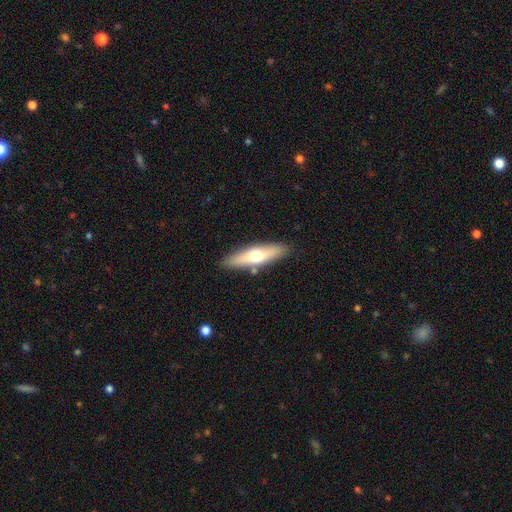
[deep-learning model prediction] smooth-or-featured: smooth: 53% | featured or disk: 41% | star or artifact: 6%
  how-rounded: cigar-shaped: 65% | in between: 33% | round: 2%
  merging: none: 86% | minor disturbance: 9% | merger: 3% | major disturbance: 2%